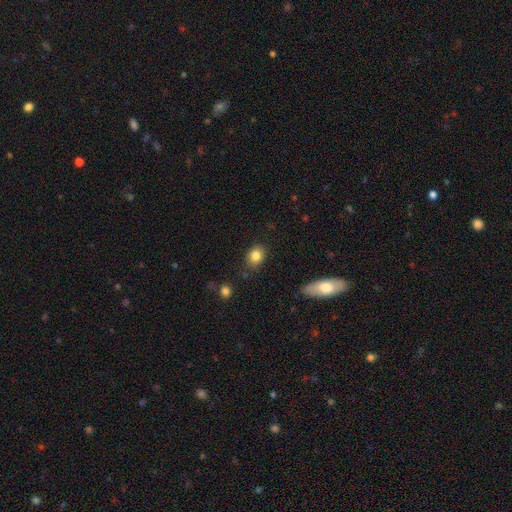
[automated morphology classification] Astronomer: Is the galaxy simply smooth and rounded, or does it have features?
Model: smooth — 84%.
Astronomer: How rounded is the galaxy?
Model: in between — 55% (runner-up: round, 44%).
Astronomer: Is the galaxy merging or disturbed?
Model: none — 80%.